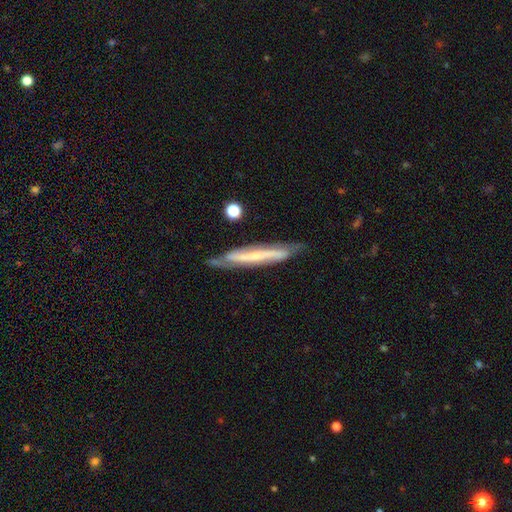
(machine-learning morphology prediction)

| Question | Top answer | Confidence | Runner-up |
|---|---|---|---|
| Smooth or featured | featured or disk | 72% | smooth (22%) |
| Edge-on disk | yes | 61% | no (39%) |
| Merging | none | 73% | minor disturbance (20%) |